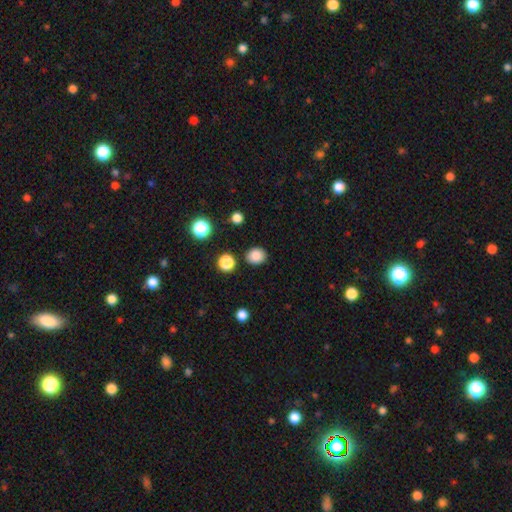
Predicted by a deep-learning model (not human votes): A smooth galaxy with no disk features (85%) that is round (68%).

Vote fractions:
- Smooth or featured? smooth: 85% / star or artifact: 11% / featured or disk: 4%
- How rounded? round: 68% / in between: 31% / cigar-shaped: 1%
- Merging? none: 86% / minor disturbance: 8% / merger: 3% / major disturbance: 3%